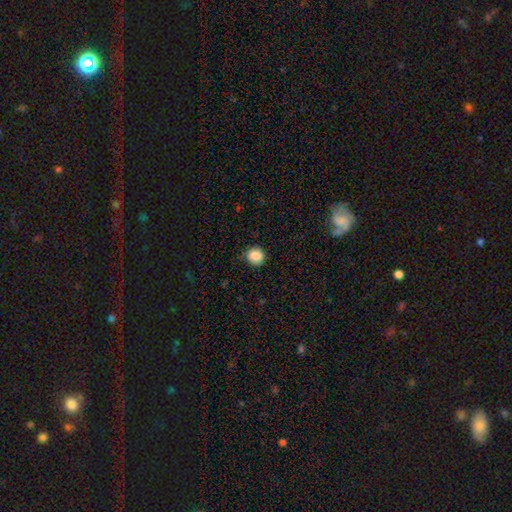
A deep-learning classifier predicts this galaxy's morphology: Overall: smooth (86%). How rounded: round (84%). Merging: none (82%).